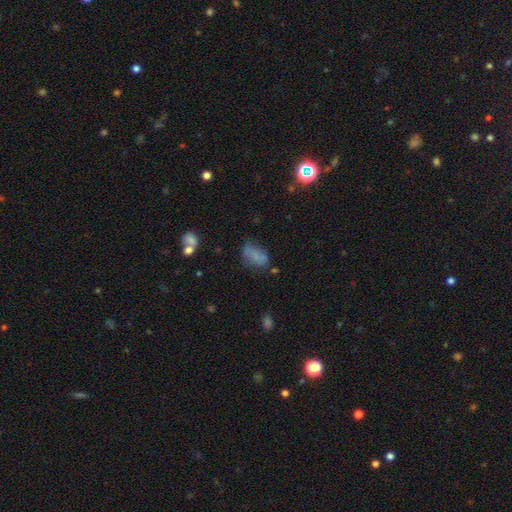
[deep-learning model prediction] smooth_or_featured: smooth (p=0.65) [alt: featured or disk p=0.21]
how_rounded: in between (p=0.86) [alt: round p=0.07]
merging: none (p=0.48) [alt: minor disturbance p=0.27]